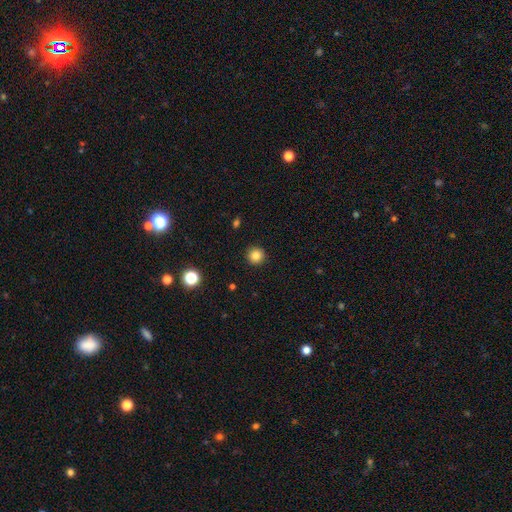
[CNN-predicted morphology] Smooth or featured? smooth (84%)
How rounded? round (95%)
Merging? none (93%)